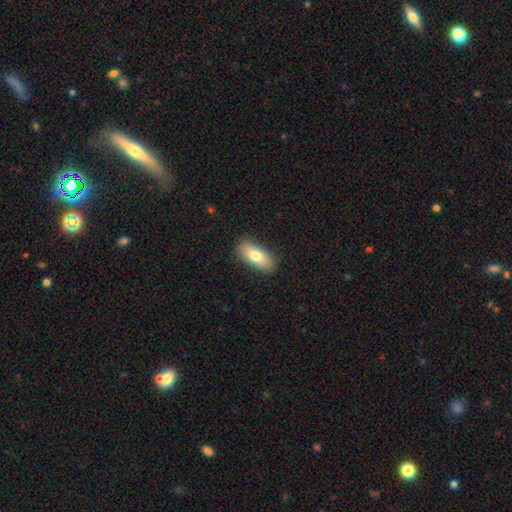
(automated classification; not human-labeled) The model was most divided on "smooth or featured": smooth: 76%, featured or disk: 17%, star or artifact: 7%. More confident: merging — none (87%); how rounded — in between (82%).